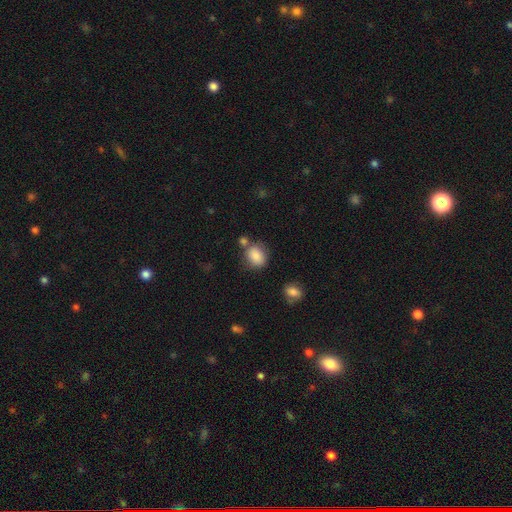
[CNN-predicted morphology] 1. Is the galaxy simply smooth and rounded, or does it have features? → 84% smooth, 8% star or artifact, 7% featured or disk.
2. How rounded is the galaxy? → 56% round, 43% in between, 1% cigar-shaped.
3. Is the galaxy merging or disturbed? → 65% none, 16% minor disturbance, 14% merger, 5% major disturbance.